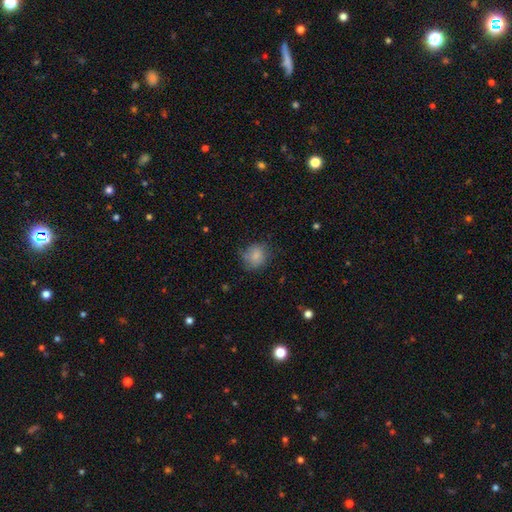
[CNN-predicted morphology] This is clearly a smooth galaxy (80%). How rounded: likely round (69%). Merging: likely none (63%).